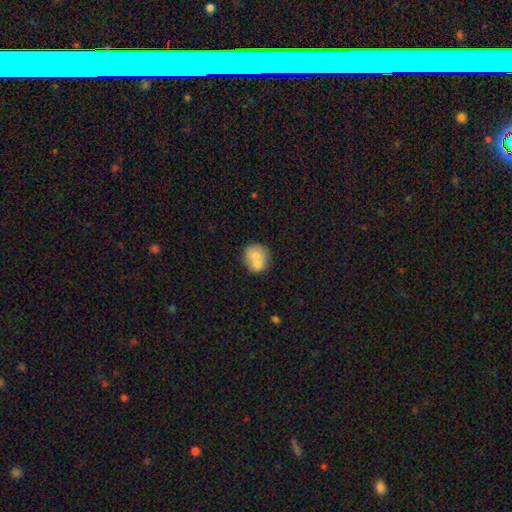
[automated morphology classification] A smooth galaxy with no disk features (72%) that is round (83%). Merging: none (46%).